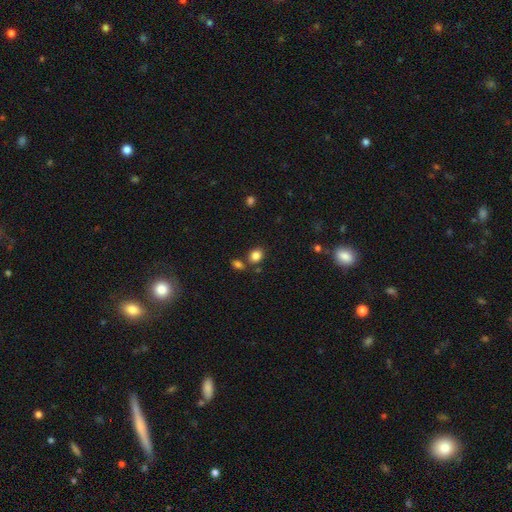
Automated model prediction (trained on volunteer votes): Smooth or featured? smooth (84%)
How rounded? in between (51%)
Merging? none (71%)